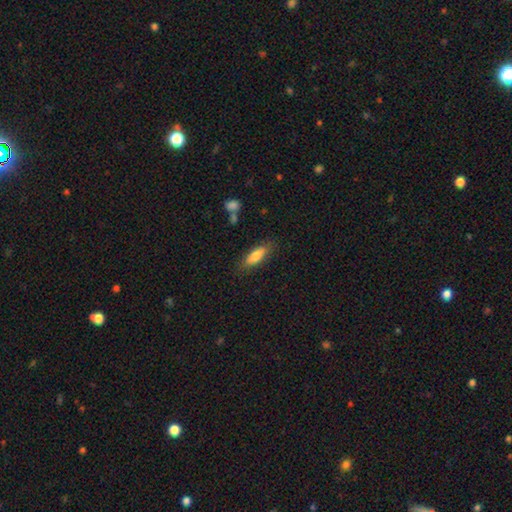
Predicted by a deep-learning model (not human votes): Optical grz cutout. It shows a smooth galaxy with no disk features (78%) that is in between round and cigar-shaped (60%). Merging: none (81%).